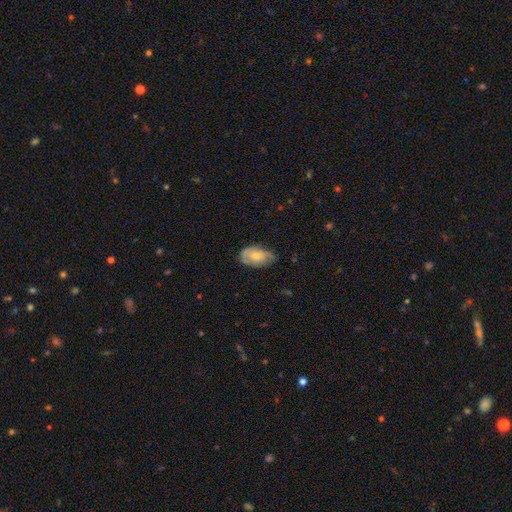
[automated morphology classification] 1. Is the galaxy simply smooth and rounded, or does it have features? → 65% smooth, 29% featured or disk, 7% star or artifact.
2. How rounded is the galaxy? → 92% in between, 6% round, 2% cigar-shaped.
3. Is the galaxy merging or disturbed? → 60% none, 31% minor disturbance, 8% major disturbance, 1% merger.